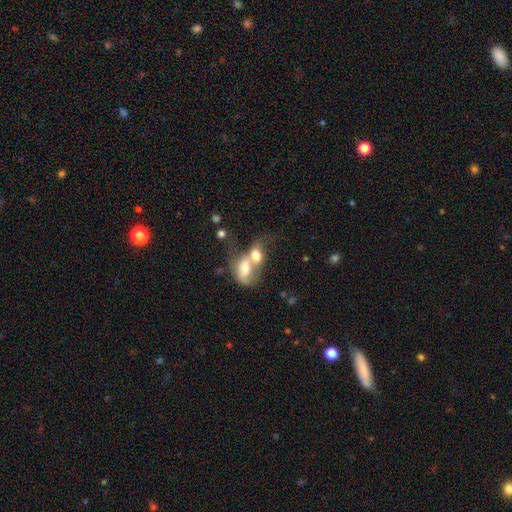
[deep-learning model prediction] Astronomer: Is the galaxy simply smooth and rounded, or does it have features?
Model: smooth — 61%.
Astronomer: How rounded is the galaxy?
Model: in between — 75%.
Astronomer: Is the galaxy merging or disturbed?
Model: merger — 82%.